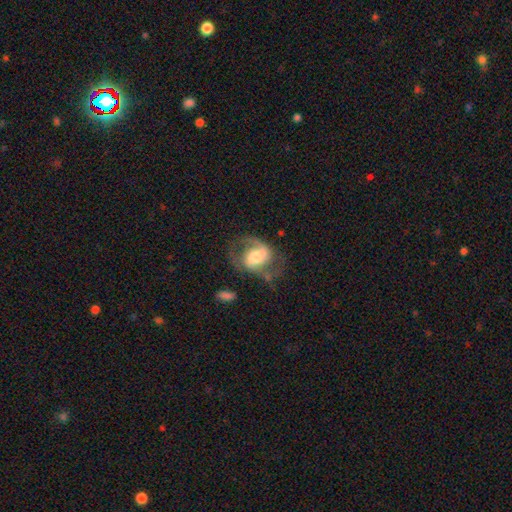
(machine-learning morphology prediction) smooth-or-featured: featured or disk: 75% | smooth: 18% | star or artifact: 6%
  disk-edge-on: no: 97% | yes: 3%
    bar: weak: 44% | no: 32% | strong: 24%
    has-spiral-arms: yes: 88% | no: 12%
      spiral-winding: medium: 50% | loose: 34% | tight: 16%
      spiral-arm-count: 2: 82% | 1: 8% | can't tell: 6% | 3: 2% | 4: 1% | more than 4: 1%
    bulge-size: moderate: 53% | large: 25% | small: 16% | none: 3% | dominant: 3%
  merging: none: 53% | minor disturbance: 22% | major disturbance: 22% | merger: 4%